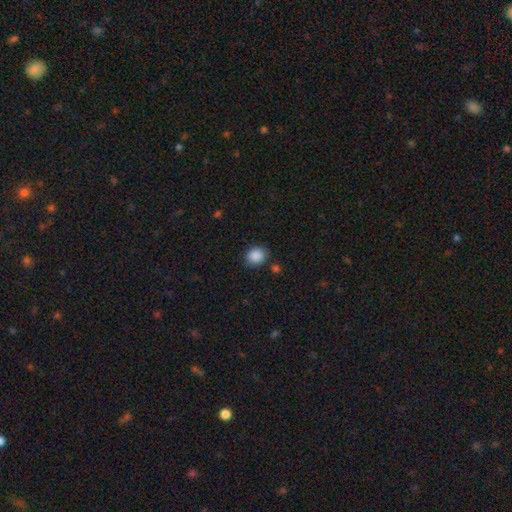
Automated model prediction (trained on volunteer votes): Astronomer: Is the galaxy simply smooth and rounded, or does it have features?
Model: smooth — 88%.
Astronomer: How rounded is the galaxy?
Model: round — 65%.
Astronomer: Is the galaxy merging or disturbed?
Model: none — 83%.